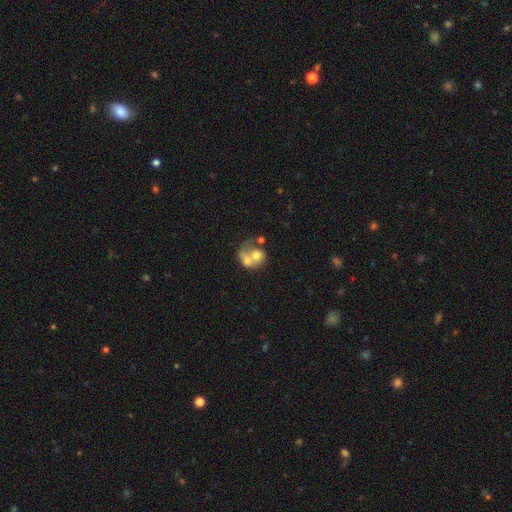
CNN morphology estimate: Smooth or featured?
  - smooth: 53% *
  - featured or disk: 39%
  - star or artifact: 8%
How rounded?
  - round: 61% *
  - in between: 38%
  - cigar-shaped: 1%
Merging?
  - merger: 69% *
  - none: 14%
  - major disturbance: 11%
  - minor disturbance: 6%